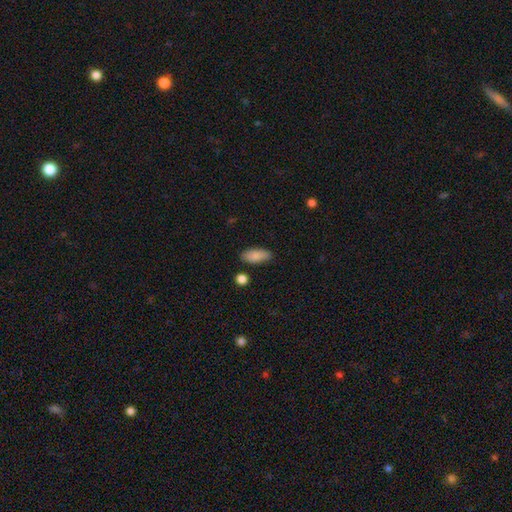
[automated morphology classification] smooth 86%, featured or disk 7%, star or artifact 7%. Down the decision tree: how rounded — in between (85%); merging — none (83%).